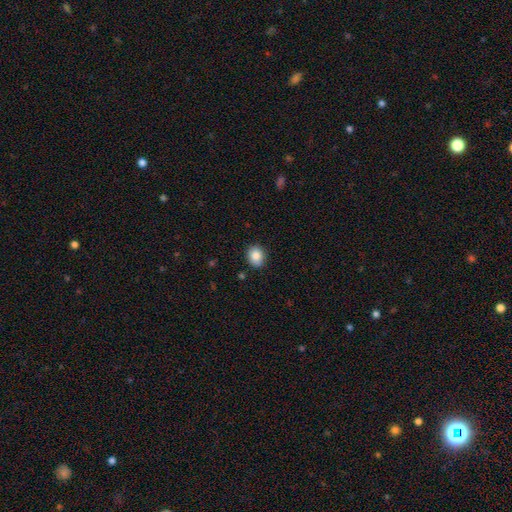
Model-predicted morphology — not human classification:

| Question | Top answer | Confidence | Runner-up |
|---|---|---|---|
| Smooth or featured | smooth | 86% | star or artifact (9%) |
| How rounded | round | 59% | in between (40%) |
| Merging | none | 87% | minor disturbance (9%) |